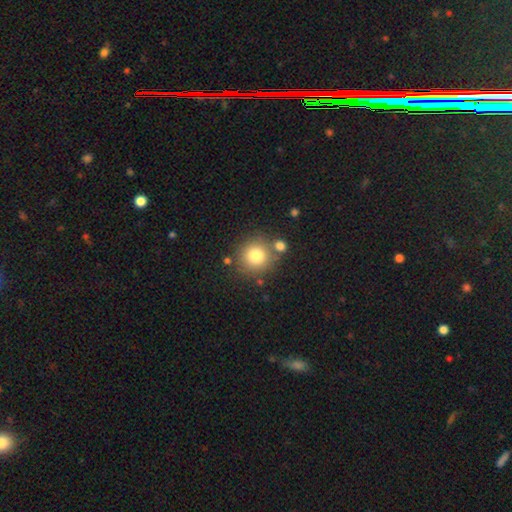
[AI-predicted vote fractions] A smooth galaxy with no disk features (79%) that is round (93%).

Vote fractions:
- Smooth or featured? smooth: 79% / star or artifact: 11% / featured or disk: 10%
- How rounded? round: 93% / in between: 6% / cigar-shaped: 1%
- Merging? none: 76% / merger: 11% / minor disturbance: 9% / major disturbance: 3%